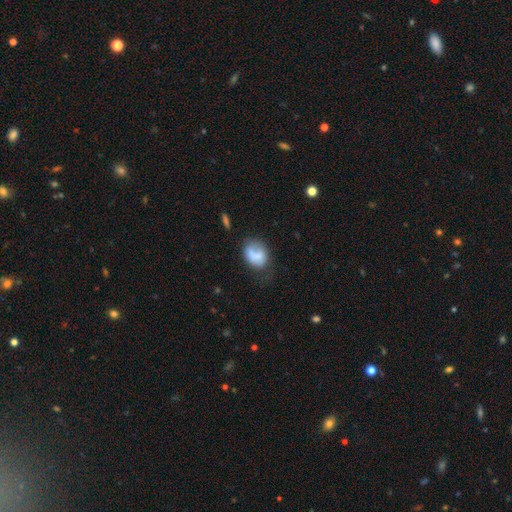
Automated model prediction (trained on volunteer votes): Smooth or featured: smooth — 71% (featured or disk — 21%)
How rounded: in between — 59% (round — 40%)
Merging: none — 41% (minor disturbance — 29%)